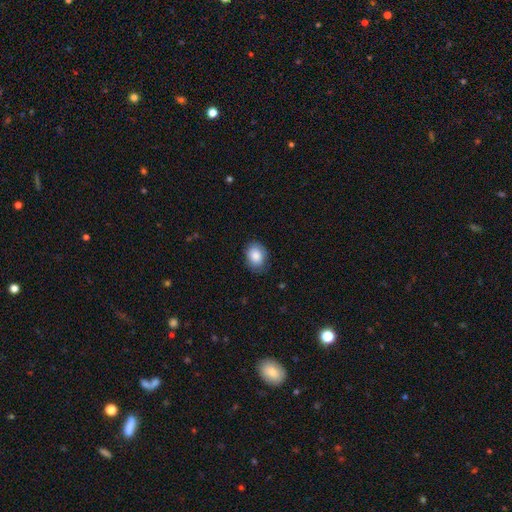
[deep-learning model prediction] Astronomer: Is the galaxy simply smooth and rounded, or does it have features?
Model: smooth — 85%.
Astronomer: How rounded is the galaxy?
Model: in between — 68%.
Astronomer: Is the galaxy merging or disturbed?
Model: none — 77%.